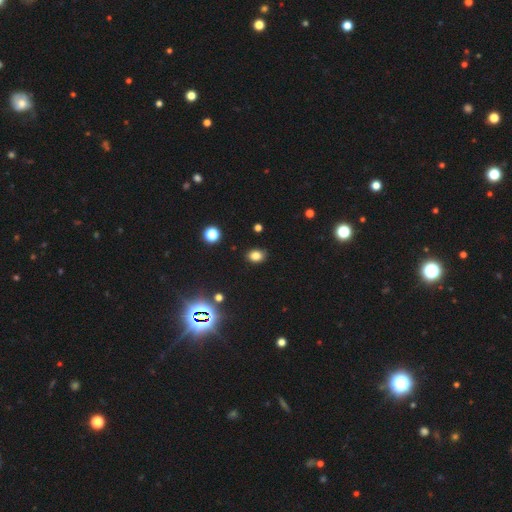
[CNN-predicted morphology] type=smooth (79%); roundness=in between (65%); merging=none (85%).